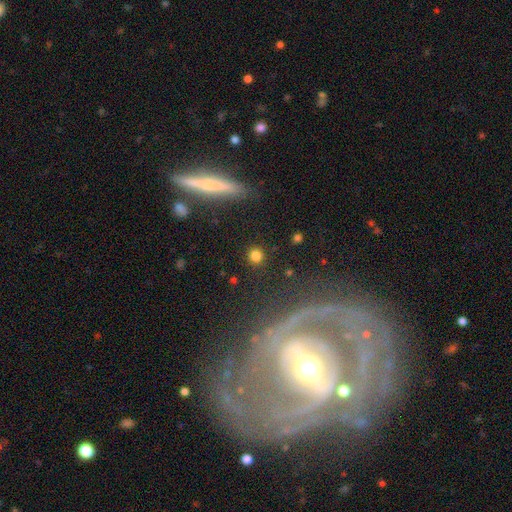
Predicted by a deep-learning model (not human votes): Smooth or featured?
  - smooth: 80% *
  - star or artifact: 14%
  - featured or disk: 6%
How rounded?
  - round: 91% *
  - in between: 8%
  - cigar-shaped: 1%
Merging?
  - none: 90% *
  - minor disturbance: 6%
  - major disturbance: 2%
  - merger: 2%